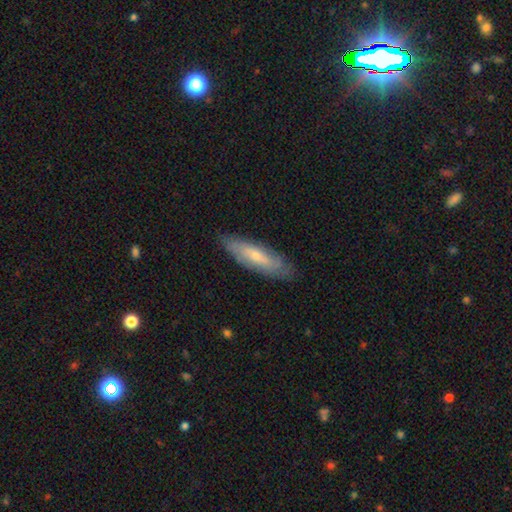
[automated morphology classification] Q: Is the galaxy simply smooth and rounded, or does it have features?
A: smooth — 48%.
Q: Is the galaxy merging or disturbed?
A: none — 82%.